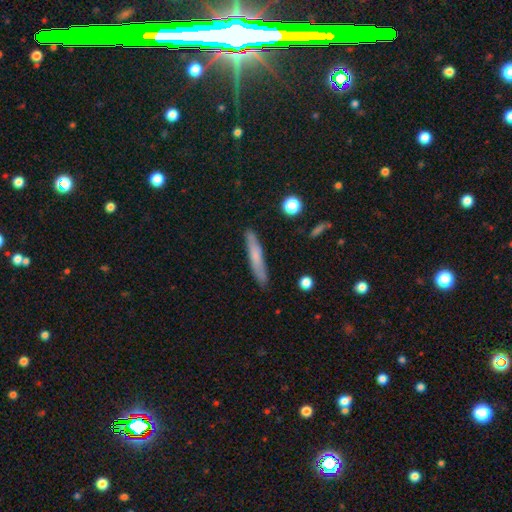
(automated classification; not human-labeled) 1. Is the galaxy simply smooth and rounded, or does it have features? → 64% smooth, 29% featured or disk, 7% star or artifact.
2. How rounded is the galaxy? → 94% cigar-shaped, 5% in between, 1% round.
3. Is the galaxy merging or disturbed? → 87% none, 10% minor disturbance, 2% major disturbance, 2% merger.